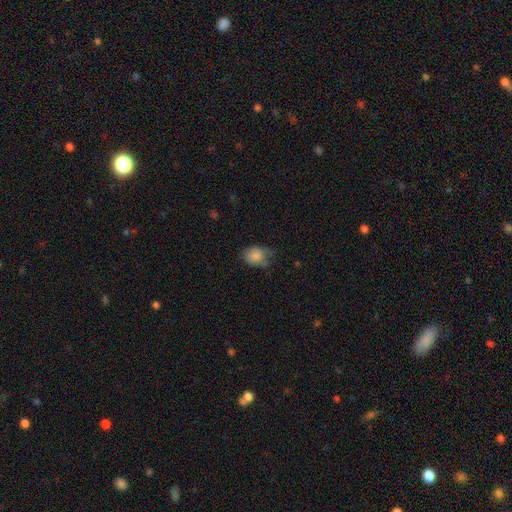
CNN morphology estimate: smooth_or_featured: smooth (p=0.81) [alt: featured or disk p=0.11]
how_rounded: in between (p=0.55) [alt: round p=0.44]
merging: none (p=0.51) [alt: minor disturbance p=0.35]